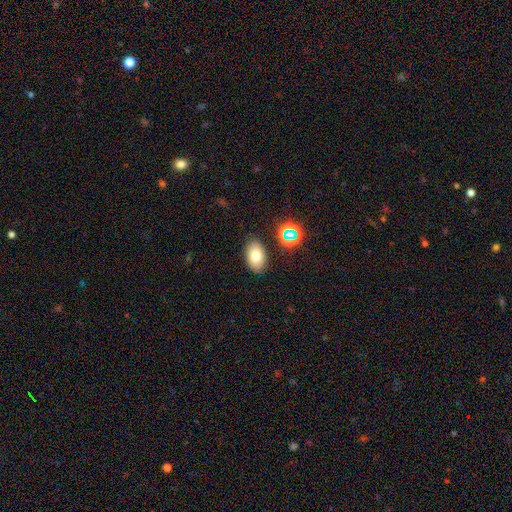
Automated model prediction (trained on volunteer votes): This appears to be a smooth galaxy with no disk features (74%) that is in between round and cigar-shaped (88%). Merging: none (84%).